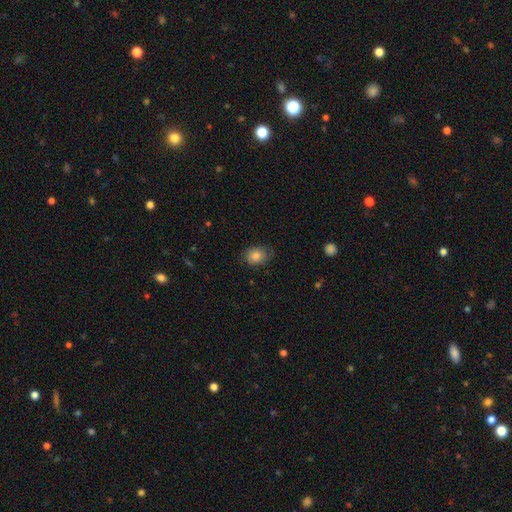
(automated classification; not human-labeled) The model was most divided on "how rounded": in between: 52%, round: 47%, cigar-shaped: 1%. More confident: smooth or featured — smooth (82%); merging — none (70%).